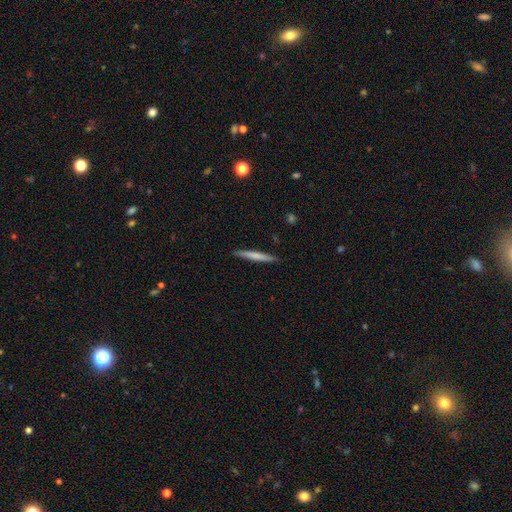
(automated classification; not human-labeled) The model was most divided on "smooth or featured": smooth: 68%, featured or disk: 27%, star or artifact: 5%. More confident: how rounded — cigar-shaped (96%); merging — none (90%).